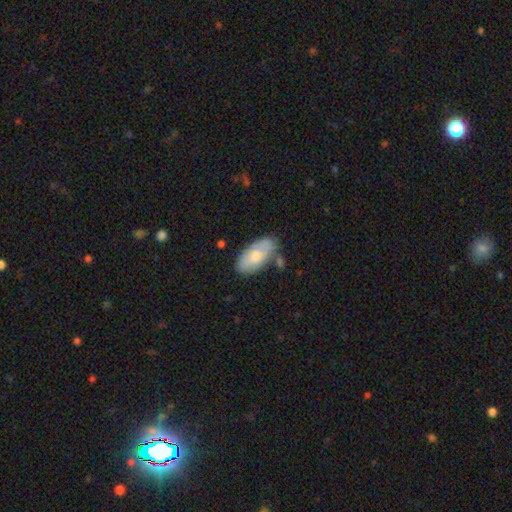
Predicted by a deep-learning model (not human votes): The model was most divided on "merging": none: 68%, minor disturbance: 21%, merger: 7%, major disturbance: 5%. More confident: how rounded — in between (93%); smooth or featured — smooth (71%).